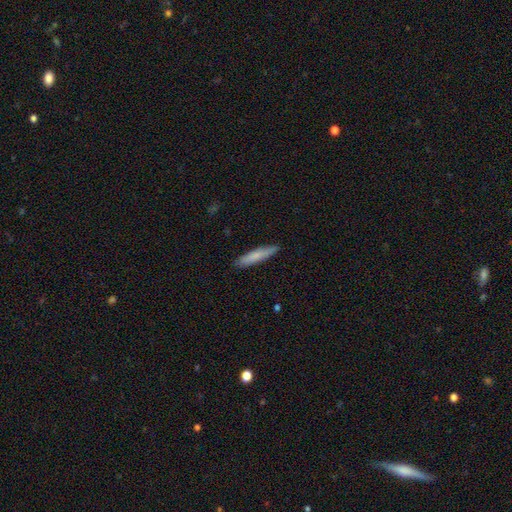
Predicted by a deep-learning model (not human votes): Smooth or featured? Predicted: smooth (p=0.76). How rounded? Predicted: cigar-shaped (p=0.89). Merging? Predicted: none (p=0.87).